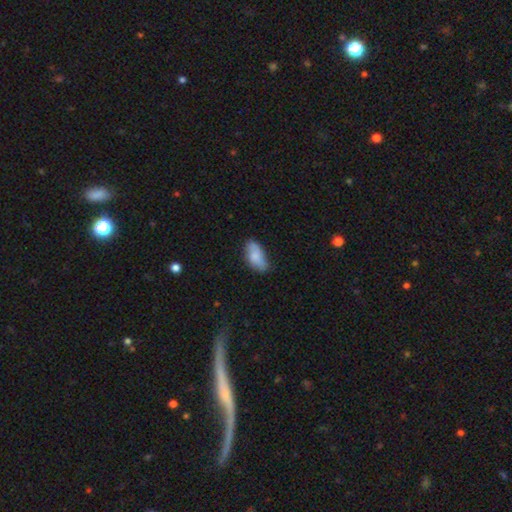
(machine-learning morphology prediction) smooth 78%, featured or disk 15%, star or artifact 7%. Down the decision tree: how rounded — in between (90%); merging — none (64%).